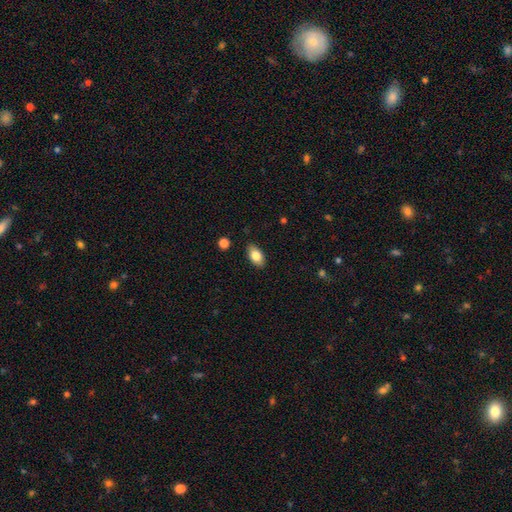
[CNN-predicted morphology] A smooth galaxy with no disk features (81%) that is in between round and cigar-shaped (92%). Merging: none (88%).